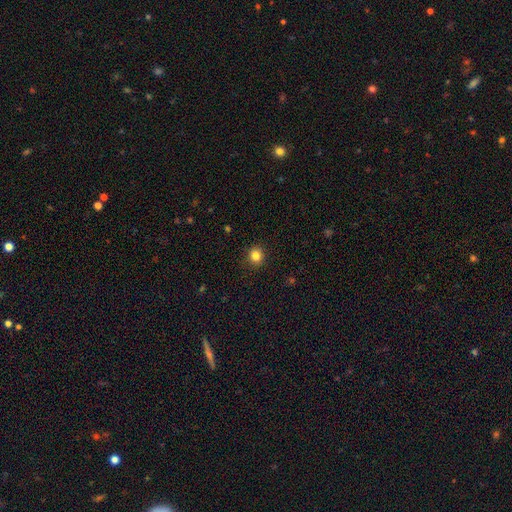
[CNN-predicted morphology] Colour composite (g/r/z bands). It shows a smooth galaxy with no disk features (84%) that is round (89%). Merging: none (91%).